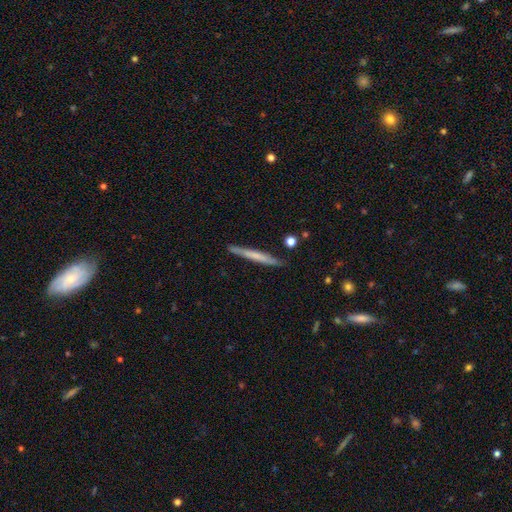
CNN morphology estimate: type=smooth (52%); roundness=cigar-shaped (97%); merging=none (87%).